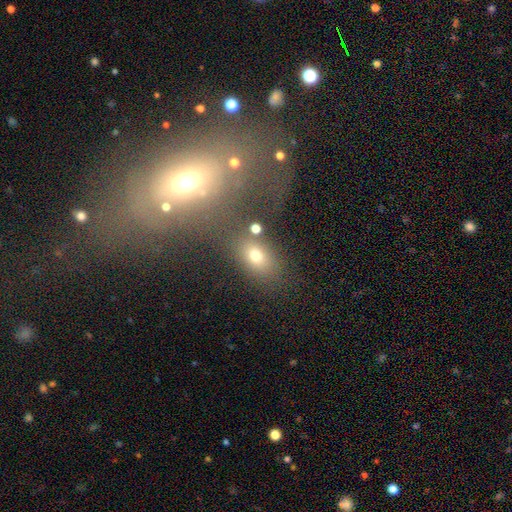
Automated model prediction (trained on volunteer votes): Smooth or featured: smooth — 67% (star or artifact — 19%)
How rounded: in between — 67% (round — 30%)
Merging: none — 68% (minor disturbance — 13%)